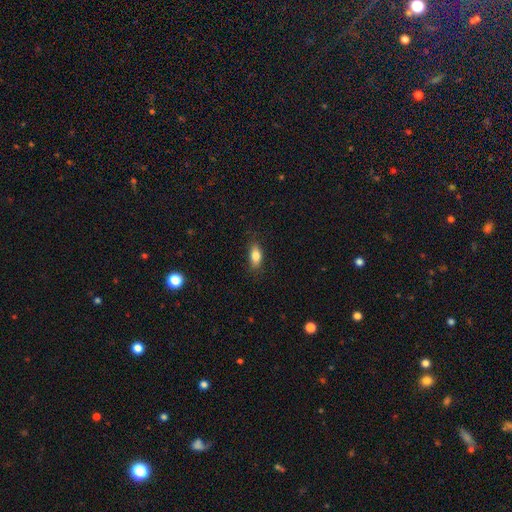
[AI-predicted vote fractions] Overall: smooth (81%). How rounded: in between (82%). Merging: none (83%).